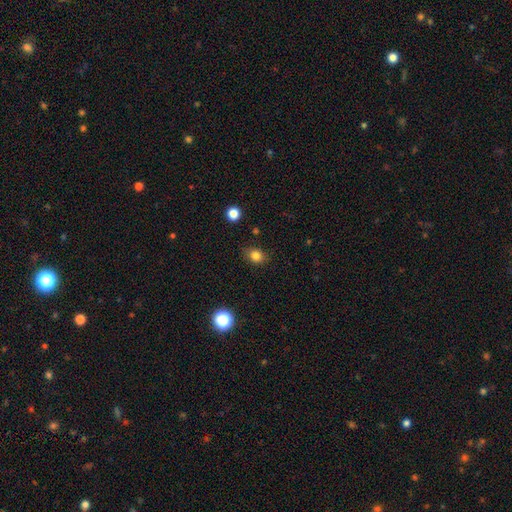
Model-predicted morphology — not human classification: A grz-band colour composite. It shows a smooth galaxy with no disk features (82%) that is in between round and cigar-shaped (51%). Merging: none (83%).